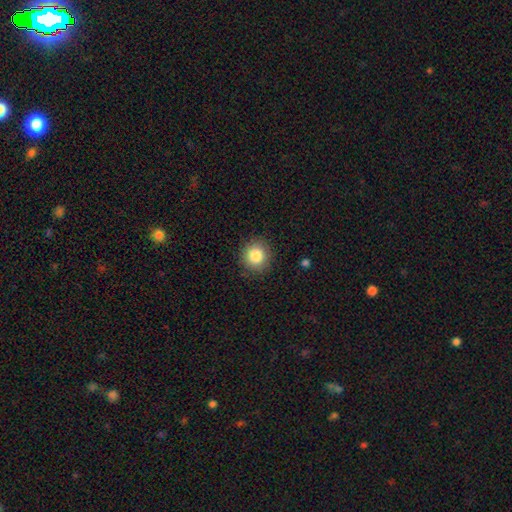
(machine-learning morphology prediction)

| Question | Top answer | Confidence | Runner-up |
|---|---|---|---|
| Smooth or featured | smooth | 84% | star or artifact (10%) |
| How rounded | round | 90% | in between (9%) |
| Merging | none | 89% | minor disturbance (8%) |